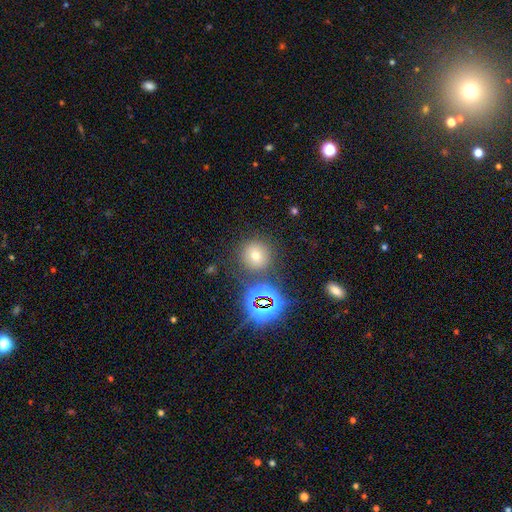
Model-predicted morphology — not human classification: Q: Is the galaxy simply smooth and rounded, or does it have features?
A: smooth — 59%.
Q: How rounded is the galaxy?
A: round — 92%.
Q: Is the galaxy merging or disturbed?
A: none — 83%.